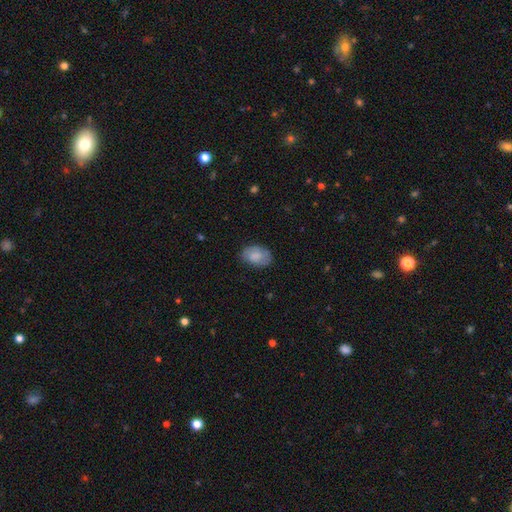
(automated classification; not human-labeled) This appears to be a smooth galaxy with no disk features (81%) that is in between round and cigar-shaped (86%). Merging: none (73%).